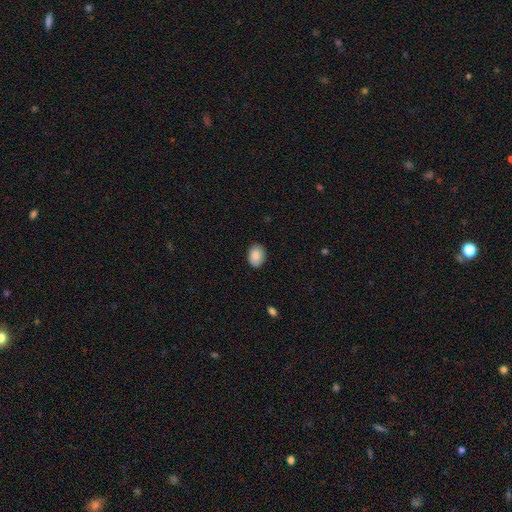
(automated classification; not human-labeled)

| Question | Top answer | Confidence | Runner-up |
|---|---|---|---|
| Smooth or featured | smooth | 89% | star or artifact (7%) |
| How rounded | in between | 73% | round (26%) |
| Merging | none | 86% | minor disturbance (11%) |